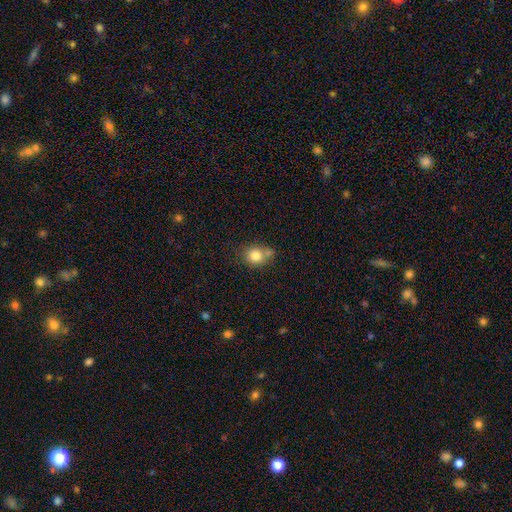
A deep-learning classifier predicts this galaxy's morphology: Smooth or featured?
  - smooth: 81% *
  - star or artifact: 10%
  - featured or disk: 9%
How rounded?
  - round: 72% *
  - in between: 27%
  - cigar-shaped: 1%
Merging?
  - none: 53% *
  - merger: 26%
  - minor disturbance: 17%
  - major disturbance: 5%